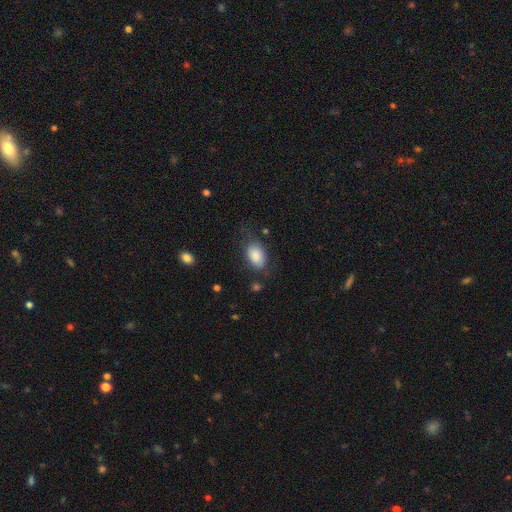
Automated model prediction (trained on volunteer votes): This is clearly a smooth galaxy (84%). How rounded: clearly in between (88%). Merging: likely none (69%).